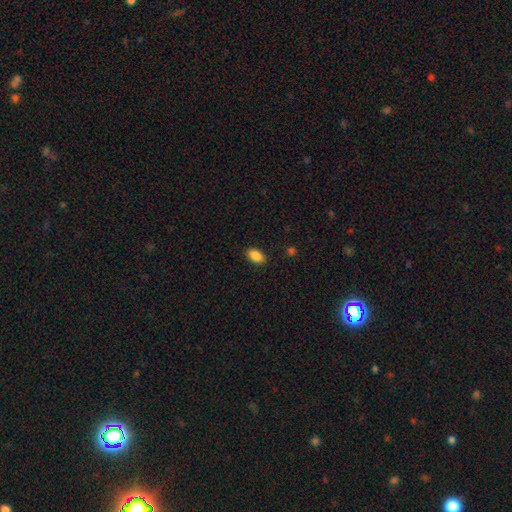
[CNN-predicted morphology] smooth-or-featured: smooth: 88% | star or artifact: 8% | featured or disk: 4%
  how-rounded: in between: 90% | round: 9% | cigar-shaped: 1%
  merging: none: 88% | minor disturbance: 8% | major disturbance: 2% | merger: 1%